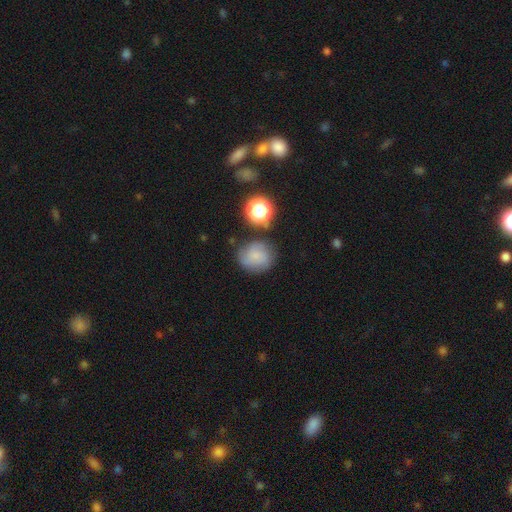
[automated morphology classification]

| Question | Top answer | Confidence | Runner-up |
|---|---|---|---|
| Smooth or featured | smooth | 60% | featured or disk (27%) |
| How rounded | round | 81% | in between (18%) |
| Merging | none | 67% | minor disturbance (20%) |